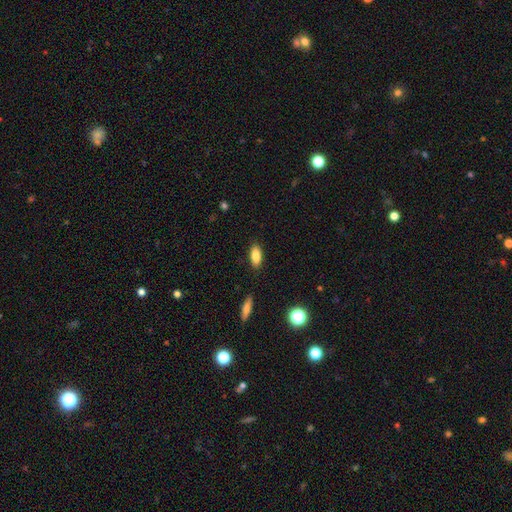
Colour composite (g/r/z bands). It shows a smooth galaxy with no disk features (94%) that is in between round and cigar-shaped (85%). Merging: none (94%).